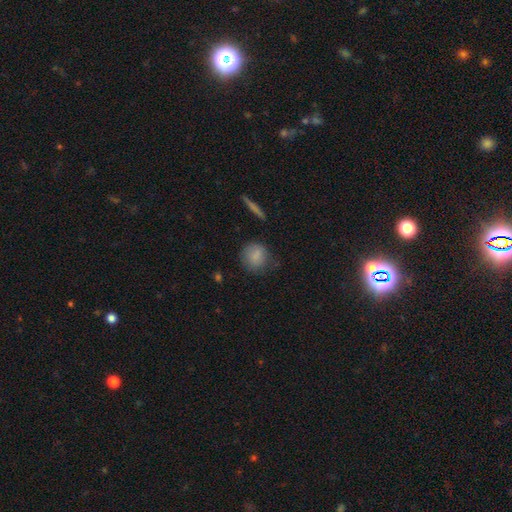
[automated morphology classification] Smooth or featured: smooth — 83% (star or artifact — 9%)
How rounded: round — 85% (in between — 14%)
Merging: none — 69% (minor disturbance — 22%)